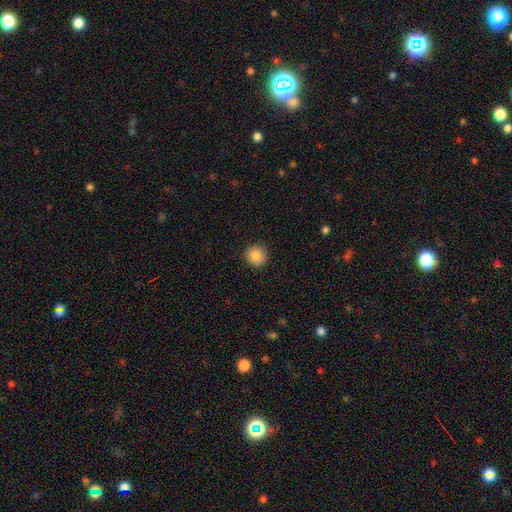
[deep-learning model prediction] Smooth or featured? smooth (85%)
How rounded? round (93%)
Merging? none (91%)